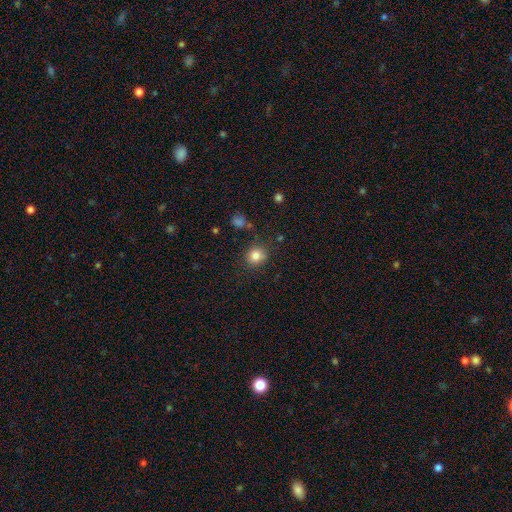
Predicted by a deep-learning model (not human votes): A smooth galaxy with no disk features (82%) that is round (78%).

Vote fractions:
- Smooth or featured? smooth: 82% / star or artifact: 11% / featured or disk: 6%
- How rounded? round: 78% / in between: 21% / cigar-shaped: 1%
- Merging? none: 79% / minor disturbance: 13% / major disturbance: 4% / merger: 3%